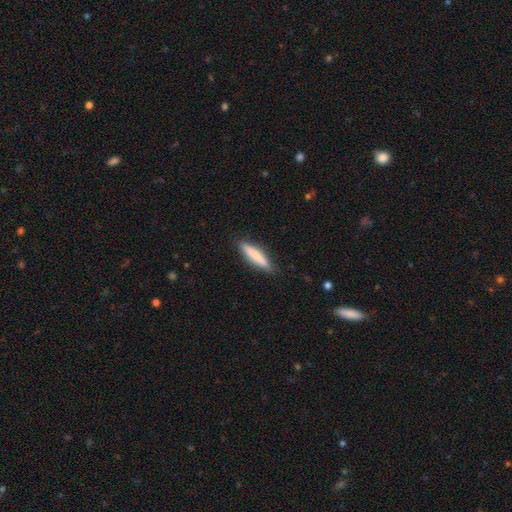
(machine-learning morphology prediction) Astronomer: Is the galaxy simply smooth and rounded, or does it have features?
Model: smooth — 74%.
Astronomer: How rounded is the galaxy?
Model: cigar-shaped — 87%.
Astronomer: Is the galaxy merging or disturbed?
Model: none — 87%.